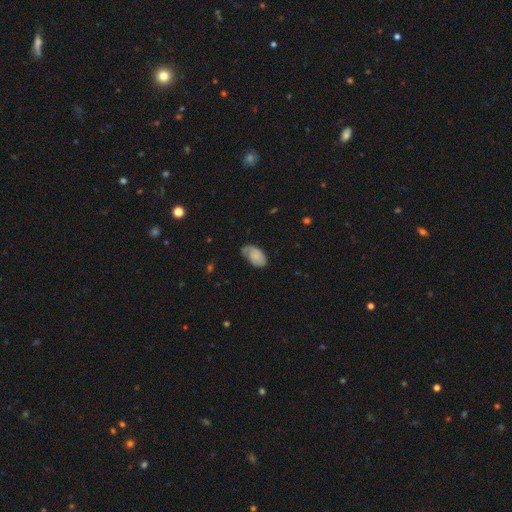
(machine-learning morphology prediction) Overall: smooth (67%). How rounded: in between (94%). Merging: none (47%; minor disturbance 35%).